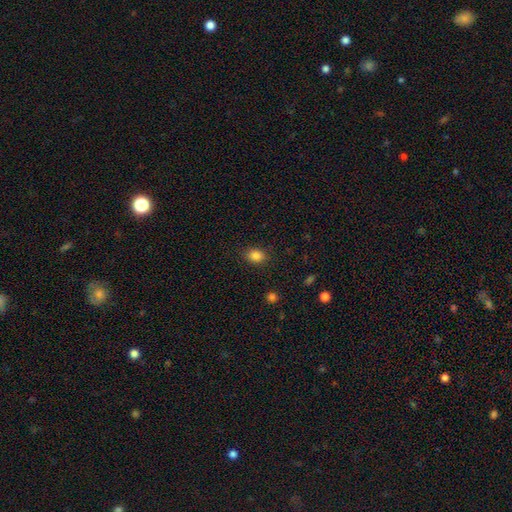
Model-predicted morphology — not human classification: Smooth or featured: smooth — 85% (star or artifact — 10%)
How rounded: in between — 60% (round — 39%)
Merging: none — 87% (minor disturbance — 9%)